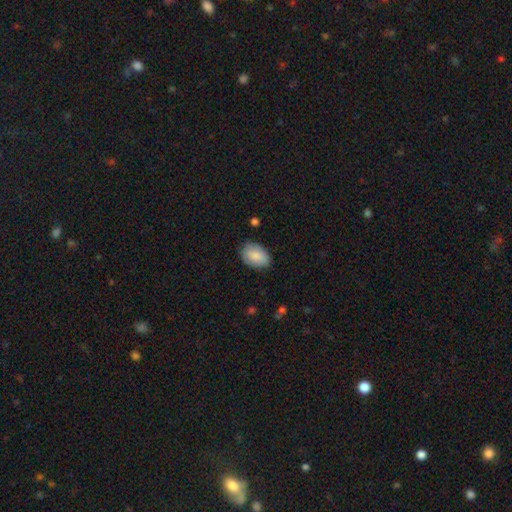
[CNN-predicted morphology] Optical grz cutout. It shows a smooth galaxy with no disk features (86%) that is in between round and cigar-shaped (88%). Merging: none (79%).